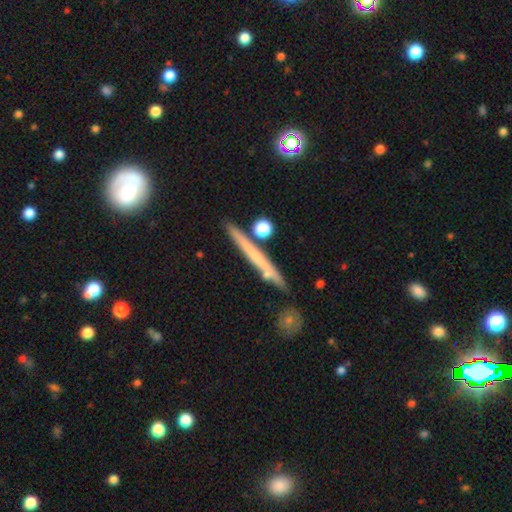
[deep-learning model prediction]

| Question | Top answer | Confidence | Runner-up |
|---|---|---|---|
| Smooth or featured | featured or disk | 50% | smooth (43%) |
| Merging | none | 82% | minor disturbance (11%) |